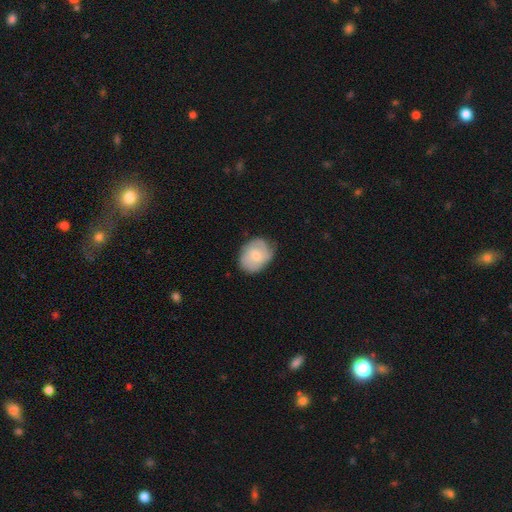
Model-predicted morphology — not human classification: Q: Smooth or featured?
A: smooth (57%); runner-up: featured or disk (37%)
Q: How rounded?
A: in between (60%); runner-up: round (39%)
Q: Merging?
A: none (67%); runner-up: minor disturbance (26%)